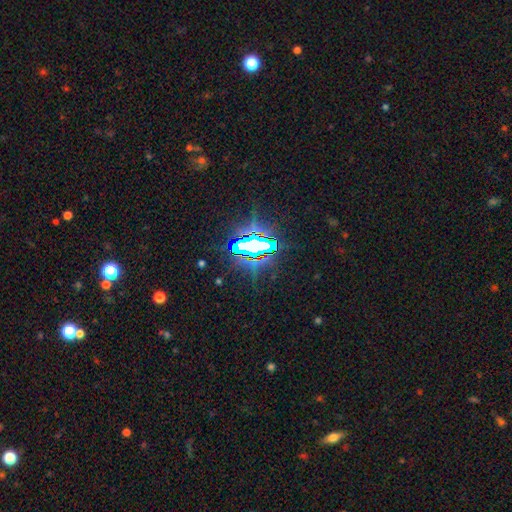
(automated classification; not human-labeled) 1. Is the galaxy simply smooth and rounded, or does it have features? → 78% star or artifact, 11% smooth, 11% featured or disk.